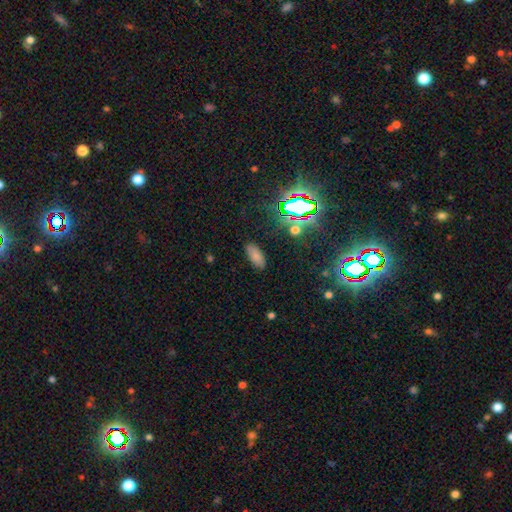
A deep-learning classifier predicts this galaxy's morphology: The model was most divided on "smooth or featured": smooth: 73%, star or artifact: 19%, featured or disk: 9%. More confident: merging — none (85%); how rounded — in between (84%).